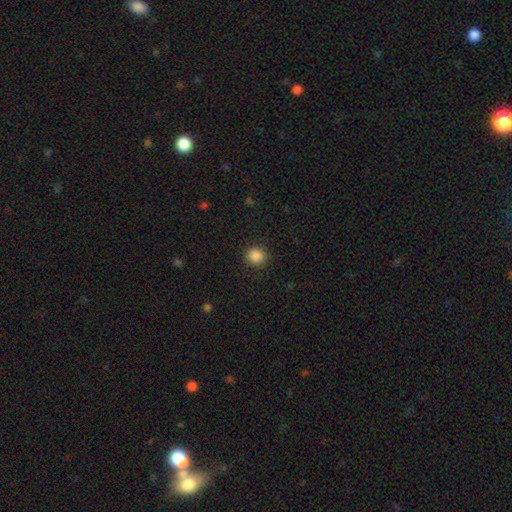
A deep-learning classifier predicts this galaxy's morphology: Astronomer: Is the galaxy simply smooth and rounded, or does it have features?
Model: smooth — 87%.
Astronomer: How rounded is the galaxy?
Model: round — 89%.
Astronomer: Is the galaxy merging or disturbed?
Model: none — 91%.